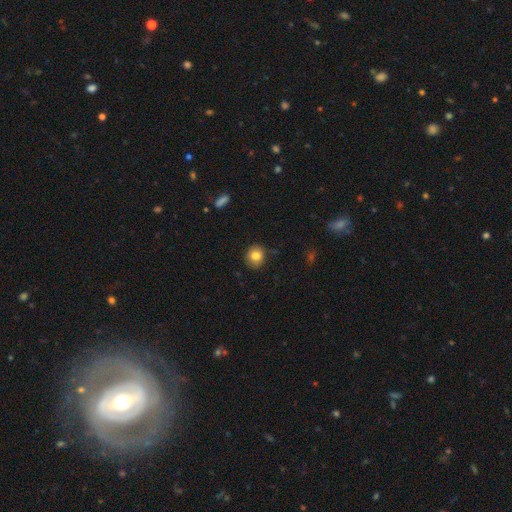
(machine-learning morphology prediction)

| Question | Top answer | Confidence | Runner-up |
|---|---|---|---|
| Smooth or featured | smooth | 81% | star or artifact (10%) |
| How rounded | round | 83% | in between (16%) |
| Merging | none | 84% | minor disturbance (12%) |